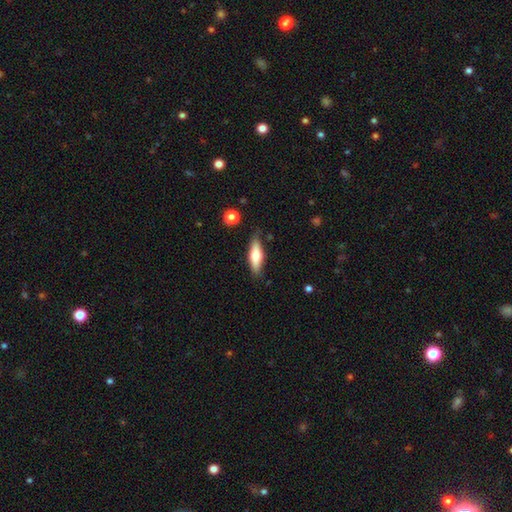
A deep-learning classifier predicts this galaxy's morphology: smooth_or_featured: smooth (p=0.65) [alt: featured or disk p=0.30]
how_rounded: in between (p=0.51) [alt: cigar-shaped p=0.47]
merging: none (p=0.80) [alt: minor disturbance p=0.15]